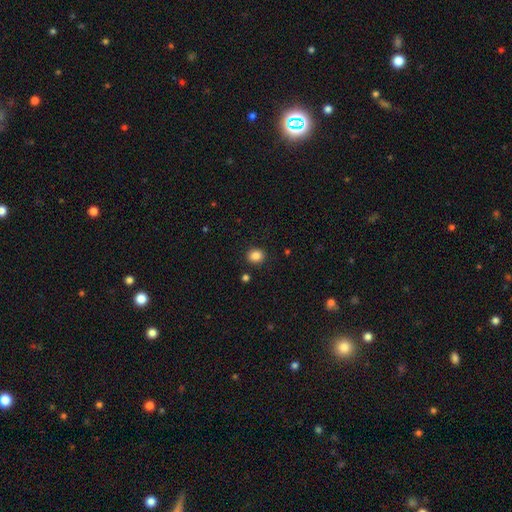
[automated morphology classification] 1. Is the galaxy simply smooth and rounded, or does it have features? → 85% smooth, 11% star or artifact, 4% featured or disk.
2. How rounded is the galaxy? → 74% round, 25% in between, 1% cigar-shaped.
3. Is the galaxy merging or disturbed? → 89% none, 7% minor disturbance, 2% major disturbance, 2% merger.